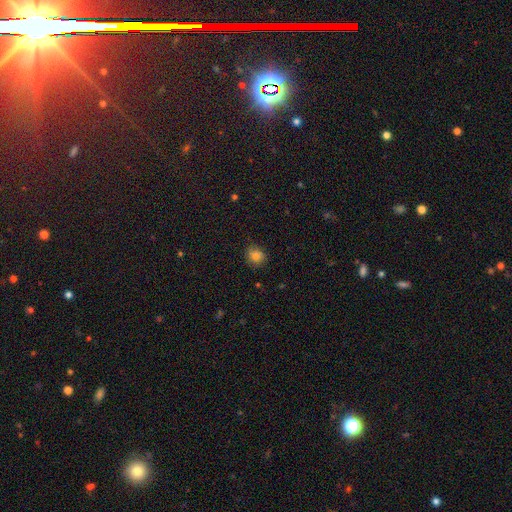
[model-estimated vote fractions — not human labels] smooth 81%, star or artifact 12%, featured or disk 7%. Down the decision tree: how rounded — round (77%); merging — none (82%).